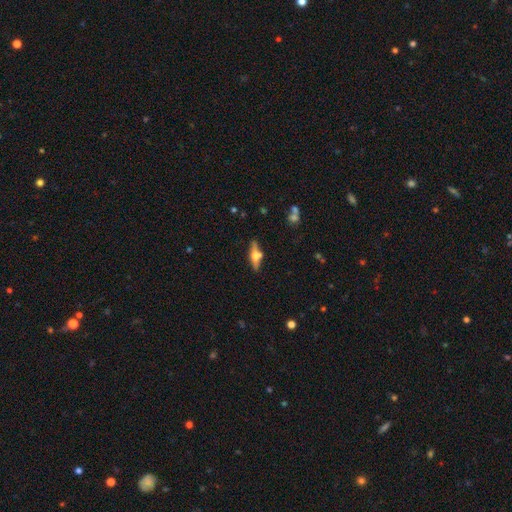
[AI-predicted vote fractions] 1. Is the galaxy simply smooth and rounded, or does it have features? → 62% featured or disk, 30% smooth, 7% star or artifact.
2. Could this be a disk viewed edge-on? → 94% yes, 6% no.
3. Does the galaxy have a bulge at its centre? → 89% rounded, 8% boxy, 3% none.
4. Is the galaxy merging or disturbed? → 76% none, 13% minor disturbance, 7% merger, 4% major disturbance.